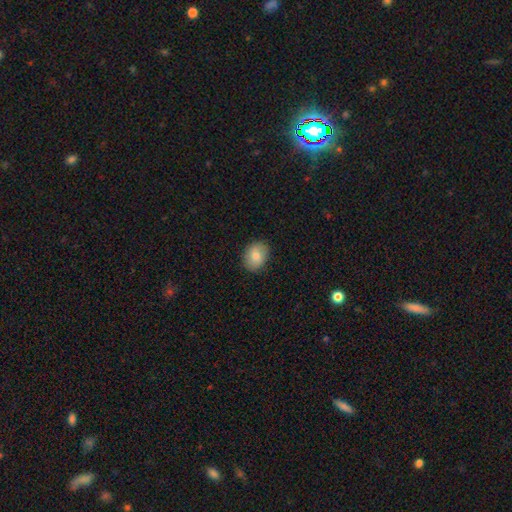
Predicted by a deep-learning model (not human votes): Q: Smooth or featured?
A: smooth (81%); runner-up: featured or disk (11%)
Q: How rounded?
A: in between (57%); runner-up: round (42%)
Q: Merging?
A: none (87%); runner-up: minor disturbance (10%)